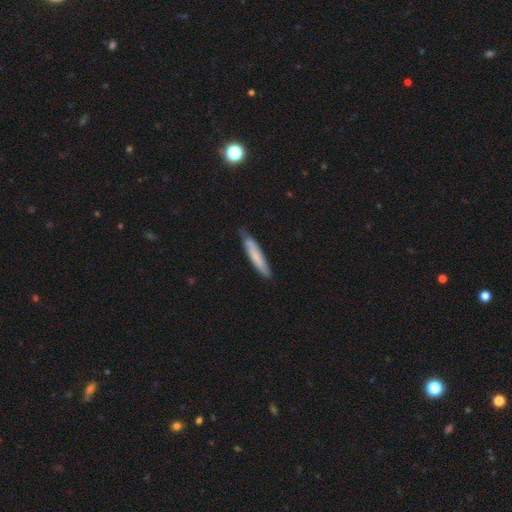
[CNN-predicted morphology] smooth_or_featured: smooth (p=0.68) [alt: featured or disk p=0.26]
how_rounded: cigar-shaped (p=0.89) [alt: in between p=0.09]
merging: none (p=0.74) [alt: minor disturbance p=0.21]